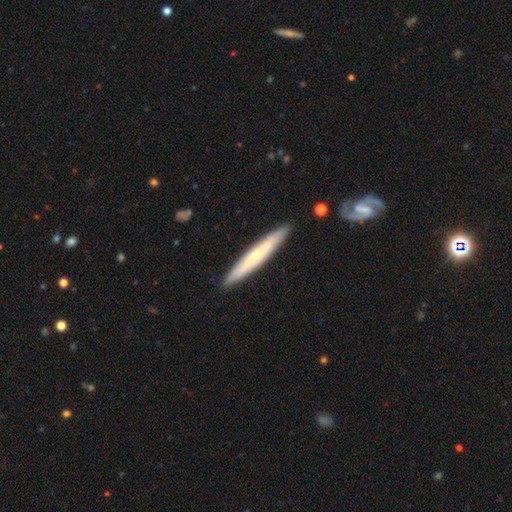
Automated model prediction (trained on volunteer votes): A featured or disk galaxy (54%) viewed edge-on (89%).

Vote fractions:
- Smooth or featured? featured or disk: 54% / smooth: 40% / star or artifact: 5%
- Edge-on disk? yes: 89% / no: 11%
- Merging? none: 91% / minor disturbance: 7% / major disturbance: 1% / merger: 1%